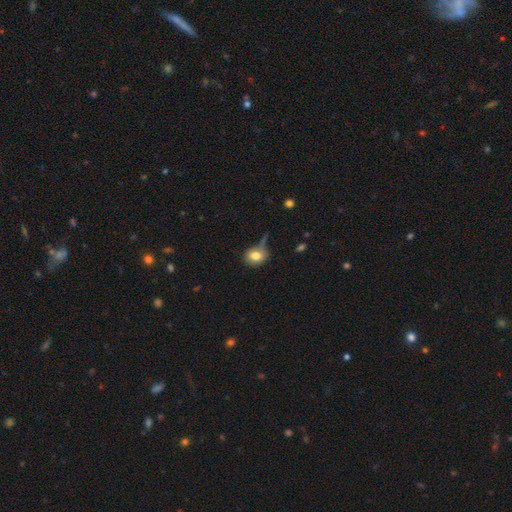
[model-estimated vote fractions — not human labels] This is likely a smooth galaxy (78%). How rounded: possibly round (53%). Merging: possibly none (53%).